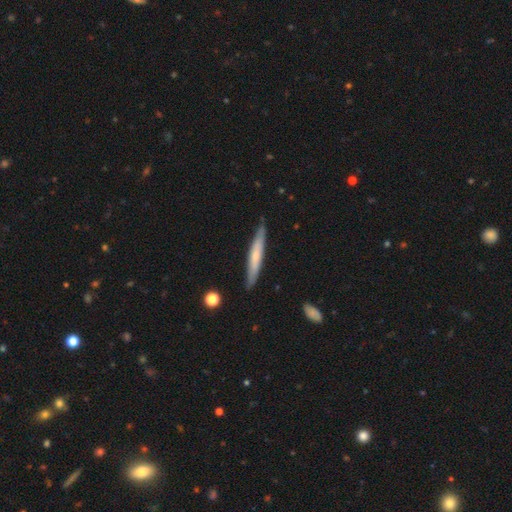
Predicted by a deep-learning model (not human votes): This appears to be a smooth galaxy with no disk features (53%) that is cigar-shaped (94%). Merging: none (86%).